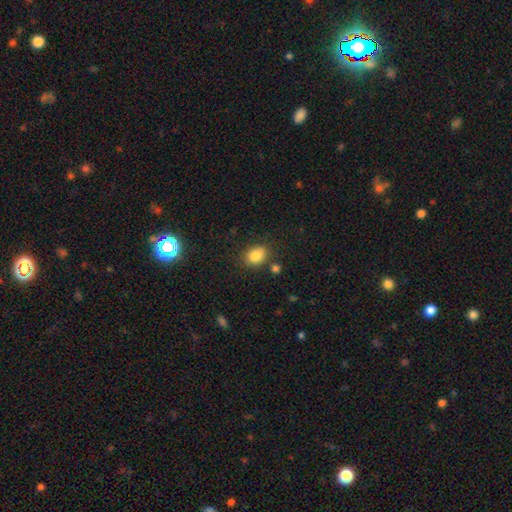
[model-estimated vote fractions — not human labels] A smooth galaxy with no disk features (83%) that is in between round and cigar-shaped (64%). Merging: none (78%).